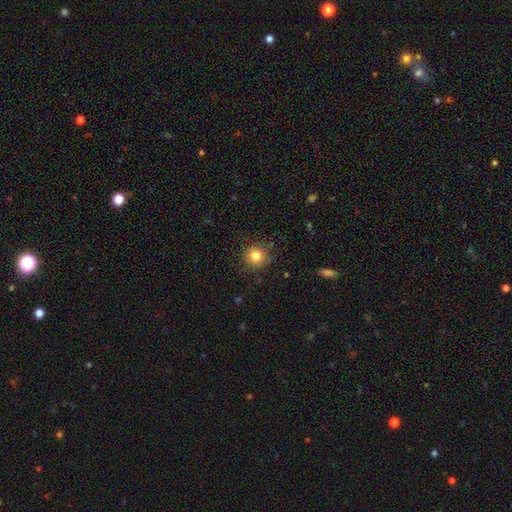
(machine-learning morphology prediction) The model was most divided on "smooth or featured": smooth: 82%, star or artifact: 12%, featured or disk: 6%. More confident: how rounded — round (93%); merging — none (87%).